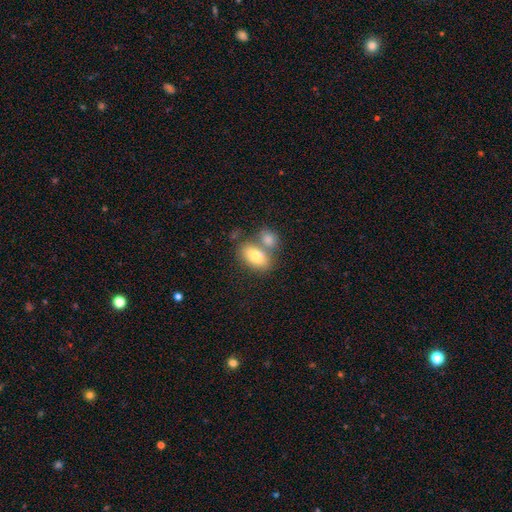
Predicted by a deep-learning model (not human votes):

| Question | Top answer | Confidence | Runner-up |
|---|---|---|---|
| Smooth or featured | smooth | 76% | featured or disk (17%) |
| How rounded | in between | 88% | round (10%) |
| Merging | none | 43% | tied: merger (43%) |